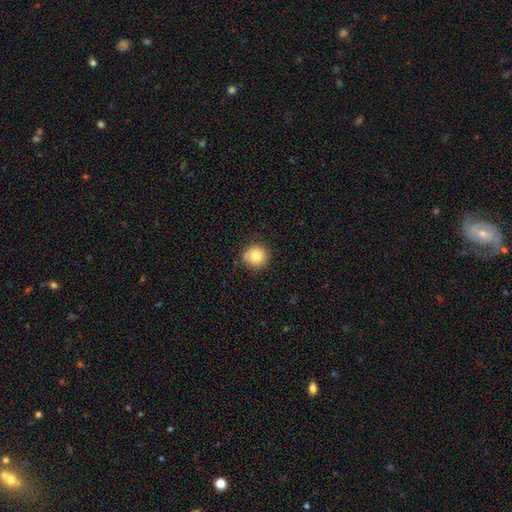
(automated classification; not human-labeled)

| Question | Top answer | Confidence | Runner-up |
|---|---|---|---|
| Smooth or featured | smooth | 81% | star or artifact (10%) |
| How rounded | round | 93% | in between (6%) |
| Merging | none | 83% | minor disturbance (13%) |